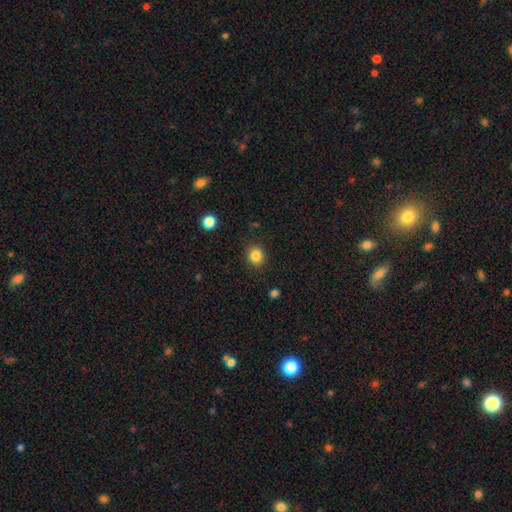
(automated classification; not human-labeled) This is clearly a smooth galaxy (84%). How rounded: clearly round (83%). Merging: clearly none (88%).